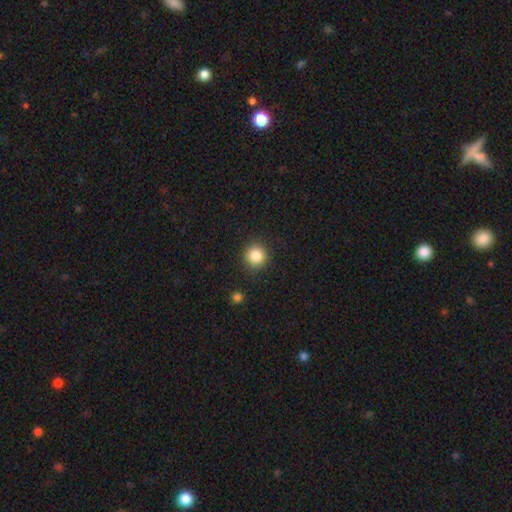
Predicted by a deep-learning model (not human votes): Smooth or featured?
  - smooth: 86% *
  - star or artifact: 10%
  - featured or disk: 4%
How rounded?
  - round: 92% *
  - in between: 7%
  - cigar-shaped: 1%
Merging?
  - none: 89% *
  - minor disturbance: 7%
  - major disturbance: 2%
  - merger: 1%